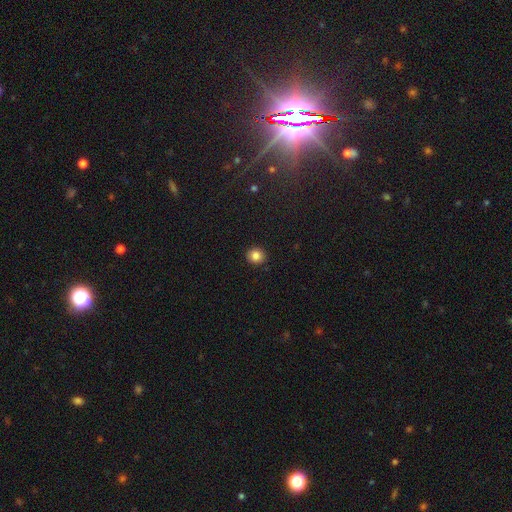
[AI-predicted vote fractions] This appears to be a smooth galaxy with no disk features (84%) that is round (83%). Merging: none (91%).